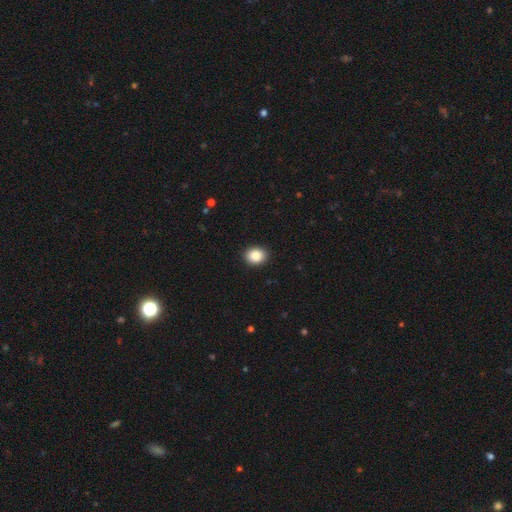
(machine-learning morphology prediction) smooth-or-featured: smooth: 88% | star or artifact: 8% | featured or disk: 4%
  how-rounded: in between: 50% | round: 49% | cigar-shaped: 1%
  merging: none: 91% | minor disturbance: 6% | major disturbance: 2% | merger: 1%